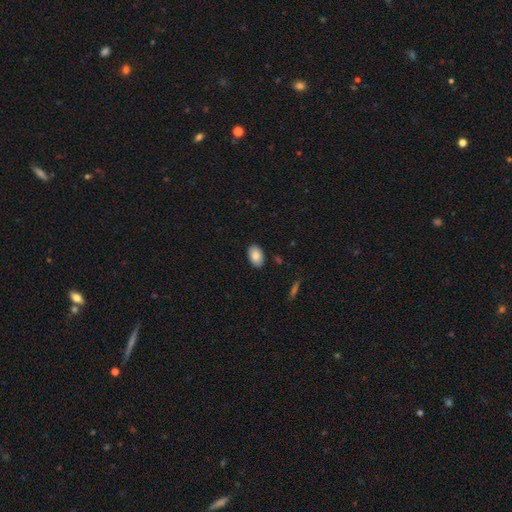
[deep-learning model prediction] This appears to be a smooth galaxy with no disk features (85%) that is in between round and cigar-shaped (91%). Merging: none (87%).